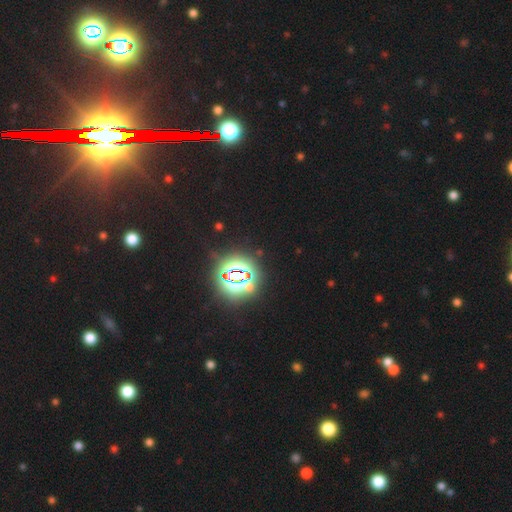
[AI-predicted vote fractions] Smooth or featured?
  - star or artifact: 81% *
  - smooth: 11%
  - featured or disk: 9%